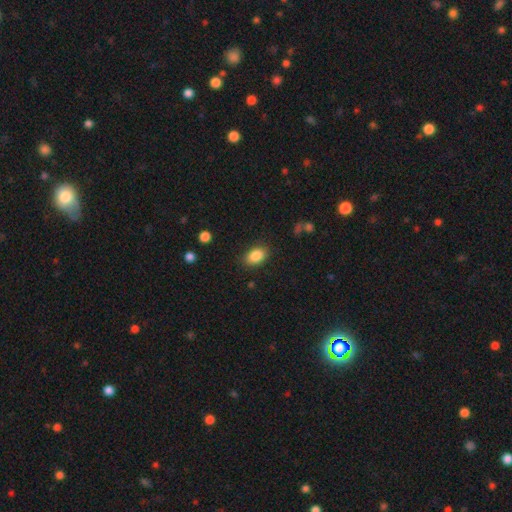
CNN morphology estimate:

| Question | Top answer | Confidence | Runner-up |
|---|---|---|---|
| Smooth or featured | smooth | 86% | star or artifact (8%) |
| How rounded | in between | 85% | round (14%) |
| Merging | none | 85% | minor disturbance (11%) |